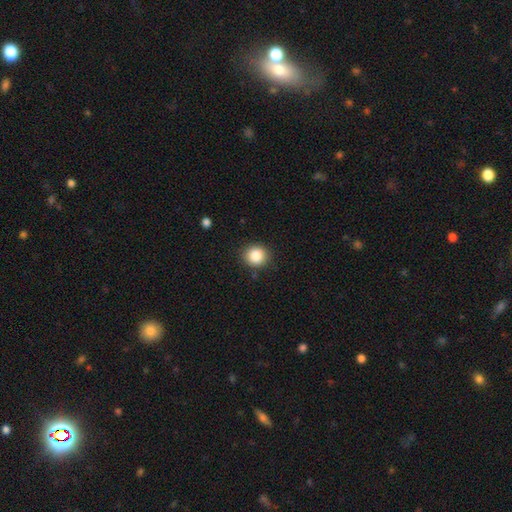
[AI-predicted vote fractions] smooth_or_featured: smooth (p=0.86) [alt: star or artifact p=0.10]
how_rounded: round (p=0.87) [alt: in between p=0.12]
merging: none (p=0.89) [alt: minor disturbance p=0.08]